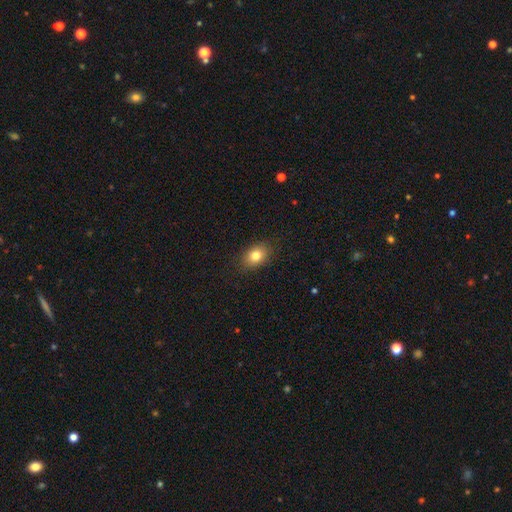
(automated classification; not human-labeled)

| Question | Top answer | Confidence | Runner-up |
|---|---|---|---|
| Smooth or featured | smooth | 81% | star or artifact (10%) |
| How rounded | in between | 72% | round (26%) |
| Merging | none | 86% | minor disturbance (10%) |